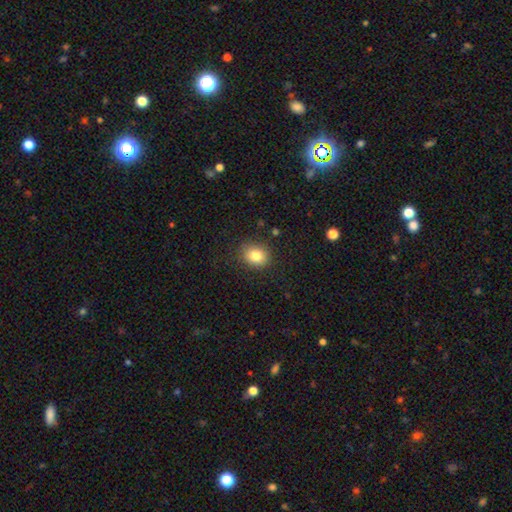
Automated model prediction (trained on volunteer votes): Smooth or featured? Predicted: smooth (p=0.82). How rounded? Predicted: round (p=0.62). Merging? Predicted: none (p=0.86).